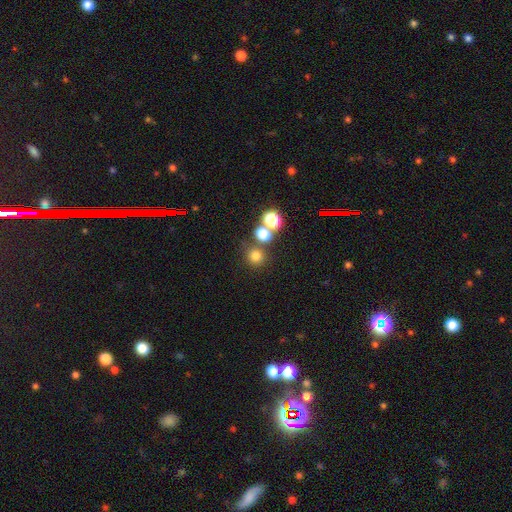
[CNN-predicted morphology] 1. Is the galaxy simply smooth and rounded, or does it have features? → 73% smooth, 20% star or artifact, 7% featured or disk.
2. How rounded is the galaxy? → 91% round, 8% in between, 1% cigar-shaped.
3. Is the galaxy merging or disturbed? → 70% none, 19% merger, 7% minor disturbance, 4% major disturbance.